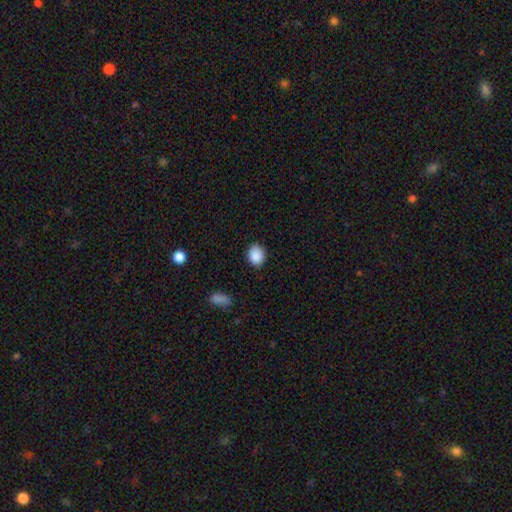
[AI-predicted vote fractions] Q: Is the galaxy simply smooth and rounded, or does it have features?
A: smooth — 88%.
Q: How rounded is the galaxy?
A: round — 55%.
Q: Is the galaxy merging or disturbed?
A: none — 86%.